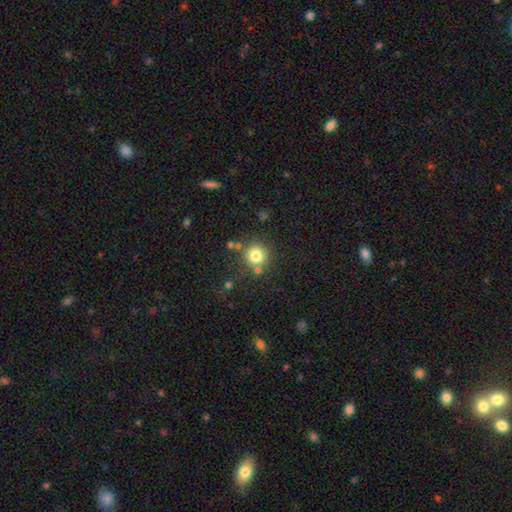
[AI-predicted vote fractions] smooth_or_featured: smooth (p=0.80) [alt: star or artifact p=0.12]
how_rounded: round (p=0.93) [alt: in between p=0.06]
merging: none (p=0.80) [alt: minor disturbance p=0.09]